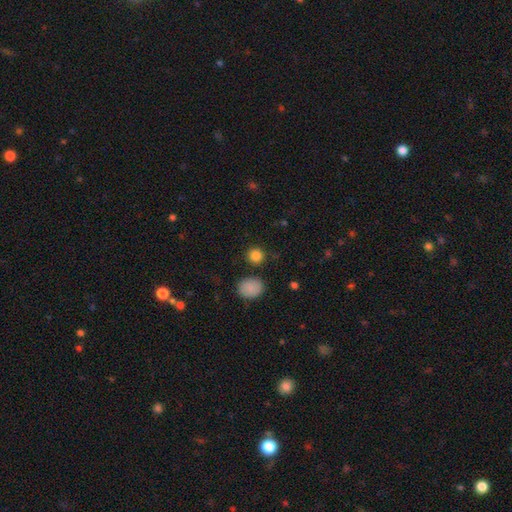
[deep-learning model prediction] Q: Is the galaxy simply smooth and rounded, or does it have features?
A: smooth — 85%.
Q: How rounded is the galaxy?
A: round — 89%.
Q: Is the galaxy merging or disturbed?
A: none — 85%.